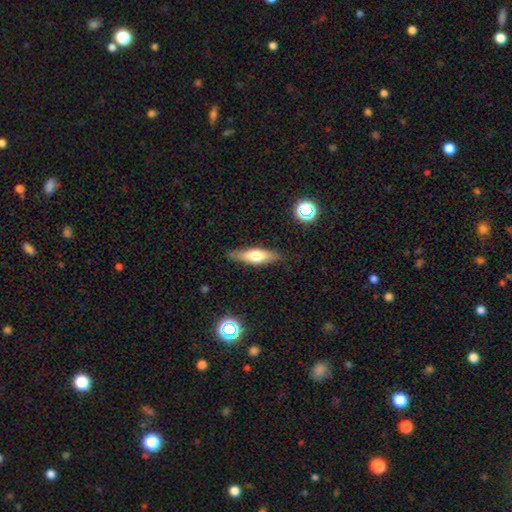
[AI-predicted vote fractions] The model was most divided on "how rounded": cigar-shaped: 57%, in between: 41%, round: 3%. More confident: merging — none (83%); smooth or featured — smooth (55%).